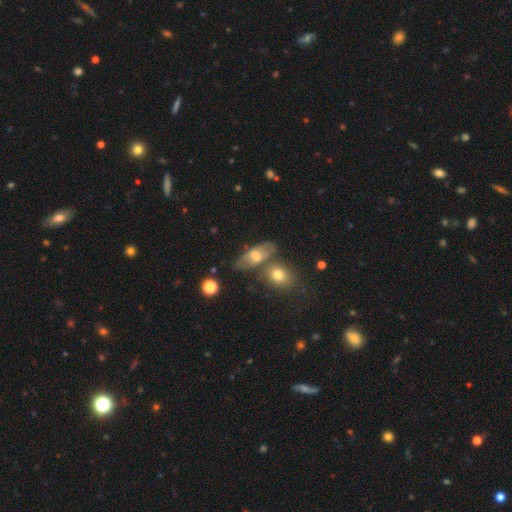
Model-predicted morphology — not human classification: The model was most divided on "smooth or featured": smooth: 47%, featured or disk: 44%, star or artifact: 9%. More confident: merging — none (56%).